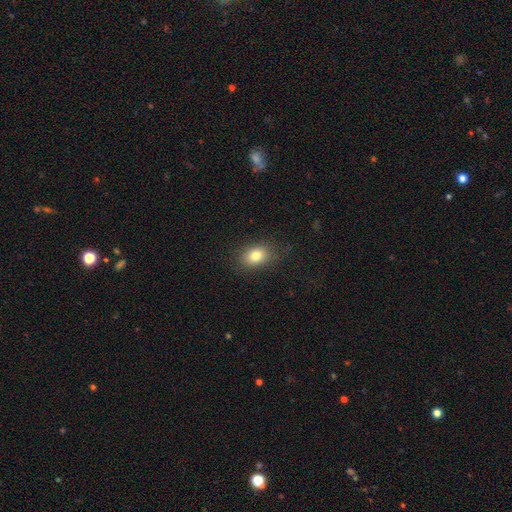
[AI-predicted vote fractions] Morphology: type=smooth (80%); roundness=in between (71%); merging=none (84%).